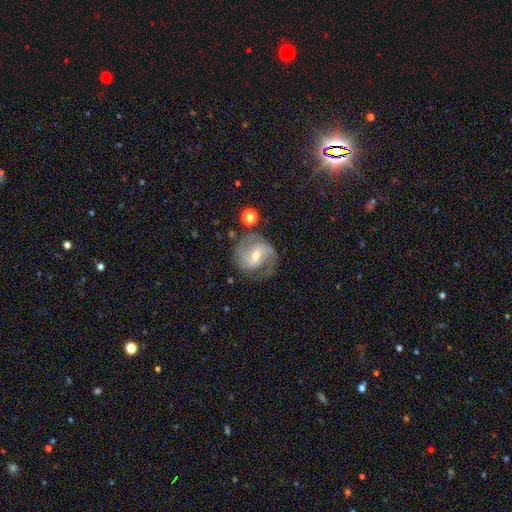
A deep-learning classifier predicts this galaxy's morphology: Smooth or featured?
  - featured or disk: 85% *
  - smooth: 9%
  - star or artifact: 6%
Edge-on disk?
  - no: 97% *
  - yes: 3%
Bar?
  - weak: 50% *
  - no: 26%
  - strong: 25%
Spiral arms?
  - yes: 96% *
  - no: 4%
Spiral winding?
  - medium: 52% *
  - tight: 30%
  - loose: 18%
Spiral arm count?
  - 2: 82% *
  - can't tell: 7%
  - 3: 6%
  - 1: 3%
  - 4: 1%
  - more than 4: 1%
Bulge size?
  - moderate: 52% *
  - small: 44%
  - large: 2%
  - none: 1%
  - dominant: 1%
Merging?
  - none: 68% *
  - minor disturbance: 19%
  - major disturbance: 10%
  - merger: 3%